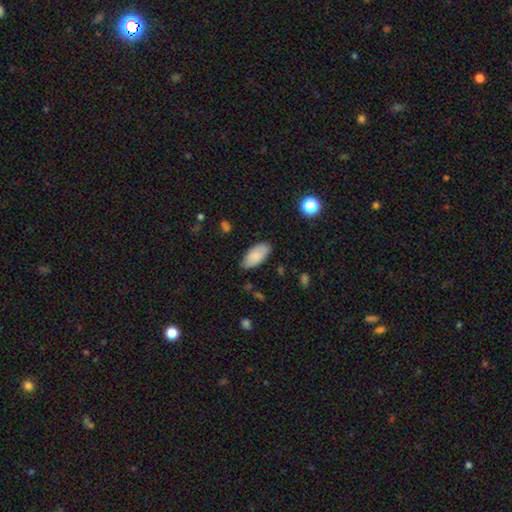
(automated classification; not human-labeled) This appears to be a smooth galaxy with no disk features (85%) that is in between round and cigar-shaped (91%). Merging: none (80%).